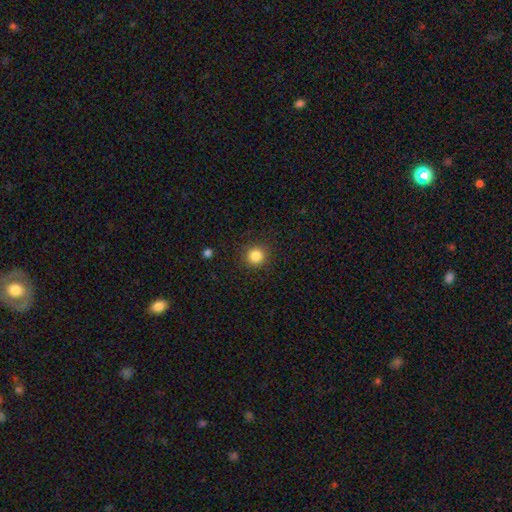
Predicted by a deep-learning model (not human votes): Smooth or featured: smooth — 85% (star or artifact — 11%)
How rounded: round — 93% (in between — 6%)
Merging: none — 90% (minor disturbance — 6%)